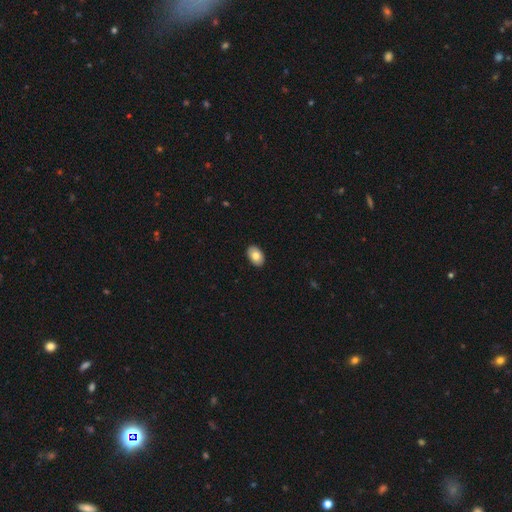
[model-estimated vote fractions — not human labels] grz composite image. It shows a smooth galaxy with no disk features (80%) that is in between round and cigar-shaped (89%). Merging: none (91%).